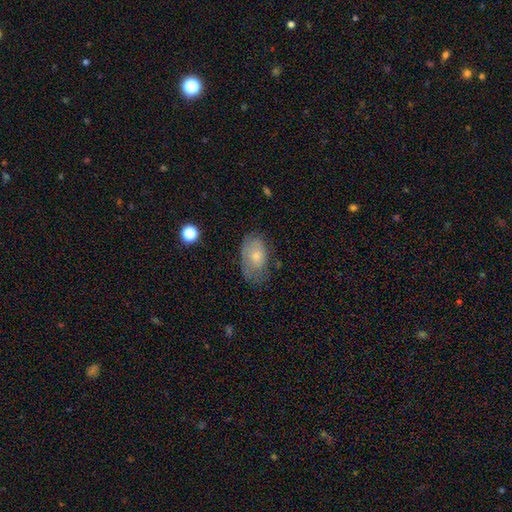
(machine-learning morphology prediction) A smooth galaxy with no disk features (66%) that is in between round and cigar-shaped (90%). Merging: none (53%).